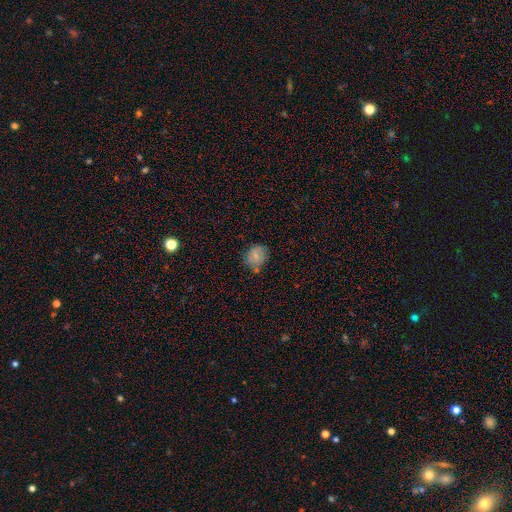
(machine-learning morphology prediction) Smooth or featured? smooth (75%)
How rounded? round (65%)
Merging? none (70%)